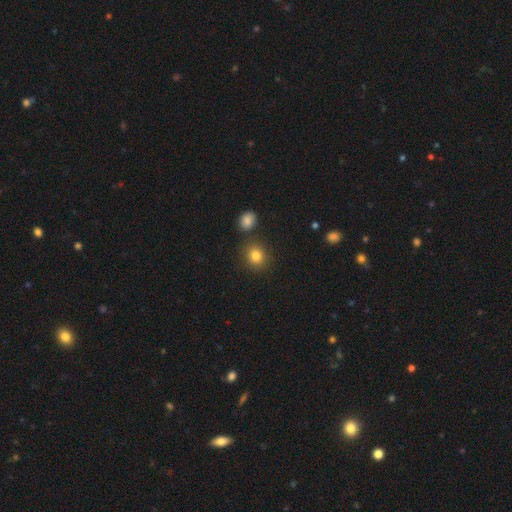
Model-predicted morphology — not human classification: A smooth galaxy with no disk features (83%) that is round (76%). Merging: none (81%).